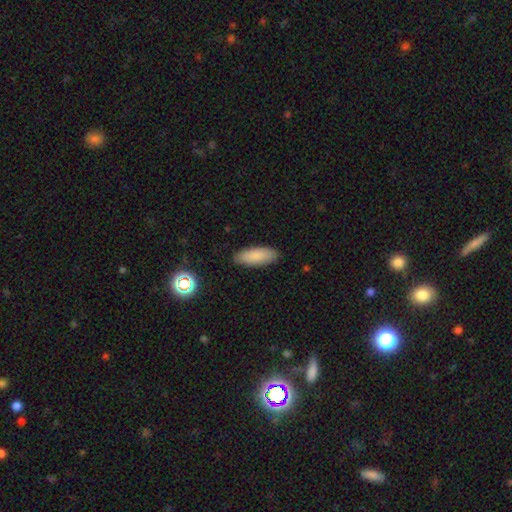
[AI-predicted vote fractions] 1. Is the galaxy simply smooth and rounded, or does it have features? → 86% smooth, 7% featured or disk, 7% star or artifact.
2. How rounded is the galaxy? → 73% in between, 25% cigar-shaped, 2% round.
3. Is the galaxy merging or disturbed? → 88% none, 9% minor disturbance, 2% major disturbance, 1% merger.